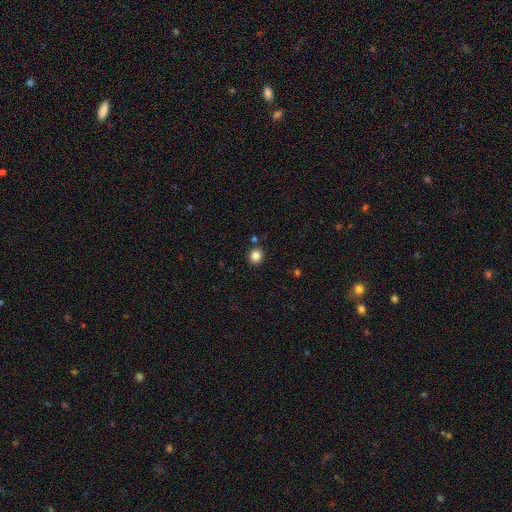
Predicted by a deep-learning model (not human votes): This is clearly a smooth galaxy (85%). How rounded: clearly round (83%). Merging: clearly none (87%).